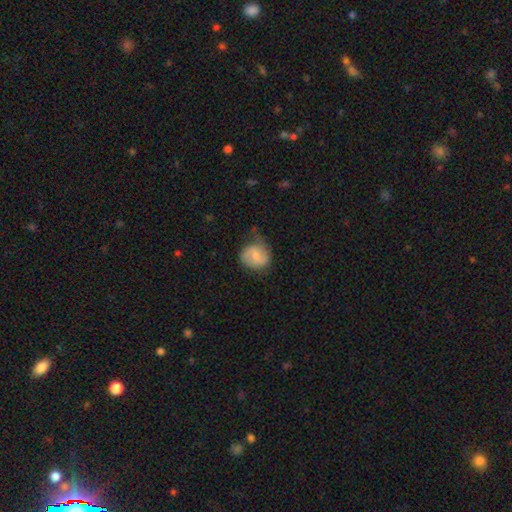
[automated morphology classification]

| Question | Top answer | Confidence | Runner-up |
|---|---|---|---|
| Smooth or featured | smooth | 54% | featured or disk (39%) |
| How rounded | round | 77% | in between (22%) |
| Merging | none | 51% | minor disturbance (34%) |